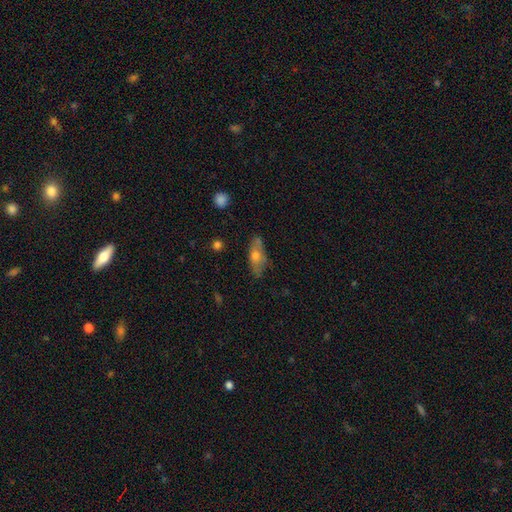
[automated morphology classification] Smooth or featured: smooth — 59% (featured or disk — 34%)
How rounded: in between — 72% (cigar-shaped — 24%)
Merging: none — 67% (minor disturbance — 23%)